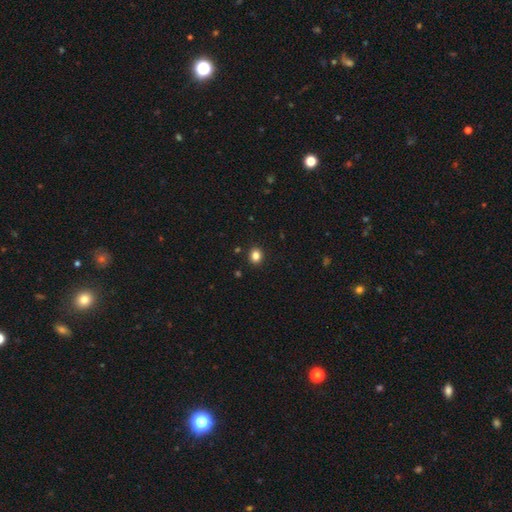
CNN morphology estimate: Smooth or featured?
  - smooth: 83% *
  - star or artifact: 12%
  - featured or disk: 5%
How rounded?
  - round: 72% *
  - in between: 27%
  - cigar-shaped: 1%
Merging?
  - none: 91% *
  - minor disturbance: 6%
  - major disturbance: 2%
  - merger: 1%